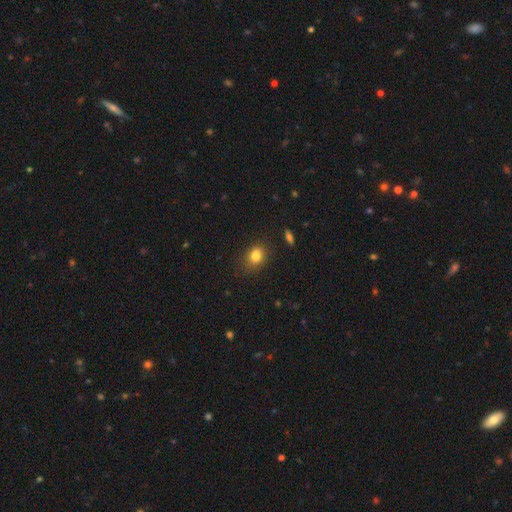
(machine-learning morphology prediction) smooth 81%, star or artifact 11%, featured or disk 8%. Down the decision tree: how rounded — in between (56%); merging — none (68%).